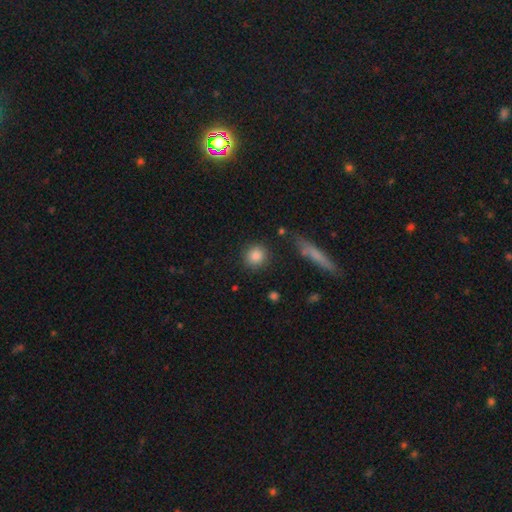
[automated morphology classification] Q: Smooth or featured?
A: smooth (86%); runner-up: star or artifact (9%)
Q: How rounded?
A: round (90%); runner-up: in between (9%)
Q: Merging?
A: none (86%); runner-up: minor disturbance (8%)